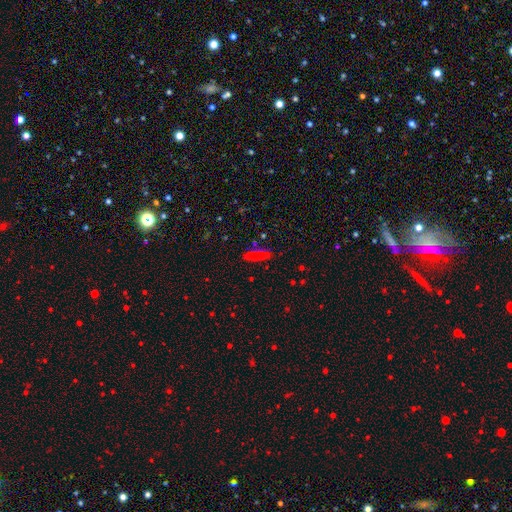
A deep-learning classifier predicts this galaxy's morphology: smooth_or_featured: smooth (p=0.74) [alt: star or artifact p=0.15]
how_rounded: cigar-shaped (p=0.64) [alt: in between p=0.33]
merging: none (p=0.79) [alt: minor disturbance p=0.15]